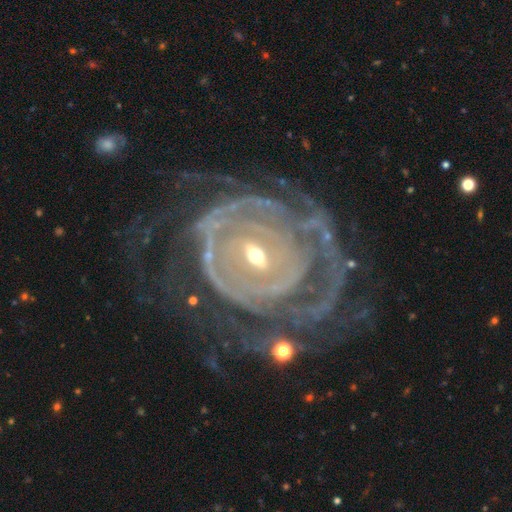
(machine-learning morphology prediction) type=featured or disk (89%); edge-on=no (96%); bar=no (50%); spiral arms=yes (91%); winding=tight (78%); arm count=can't tell (38%); bulge=small (61%); merging=none (54%).